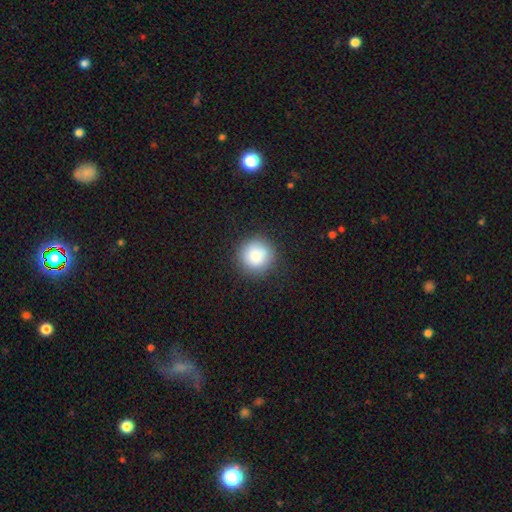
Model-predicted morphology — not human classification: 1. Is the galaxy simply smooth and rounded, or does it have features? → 84% smooth, 9% star or artifact, 7% featured or disk.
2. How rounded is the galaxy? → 94% round, 5% in between, 1% cigar-shaped.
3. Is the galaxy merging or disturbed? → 86% none, 10% minor disturbance, 3% major disturbance, 1% merger.